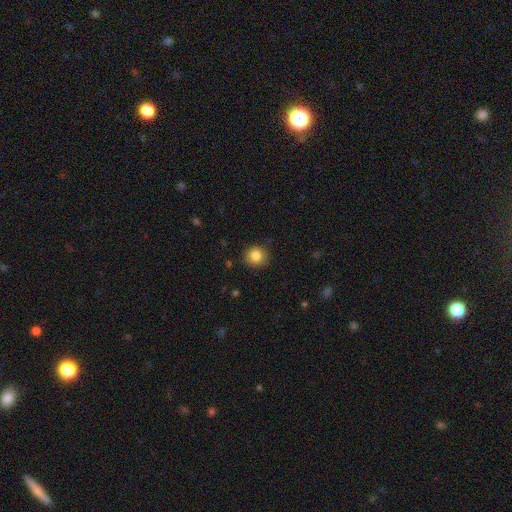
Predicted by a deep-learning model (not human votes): A smooth galaxy with no disk features (84%) that is round (89%). Merging: none (88%).